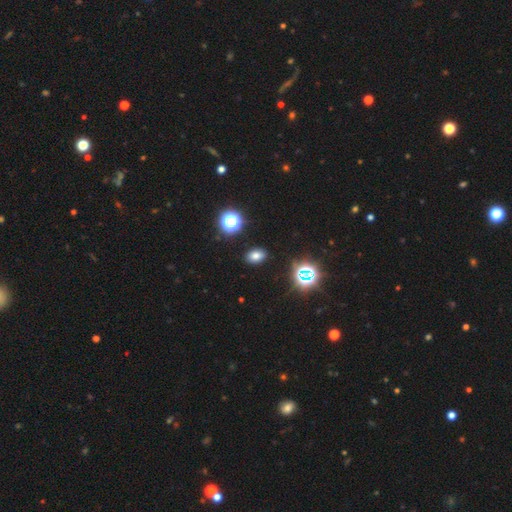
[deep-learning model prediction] The model was most divided on "smooth or featured": smooth: 71%, star or artifact: 21%, featured or disk: 8%. More confident: merging — none (88%); how rounded — in between (79%).